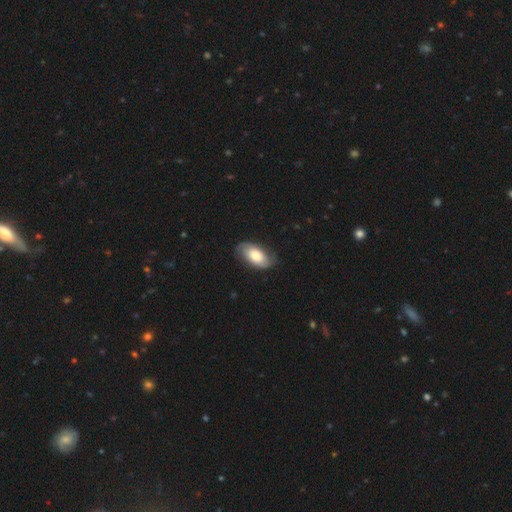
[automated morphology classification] type=smooth (50%); roundness=in between (93%); merging=none (74%).